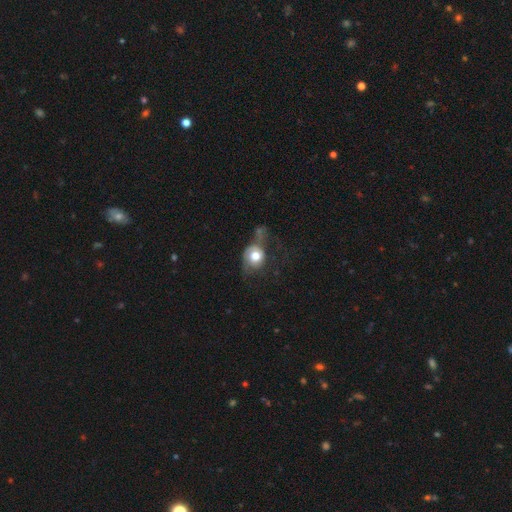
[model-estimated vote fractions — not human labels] Overall: smooth (63%; featured or disk 29%). How rounded: round (68%; in between 31%). Merging: major disturbance (35%; none 27%).